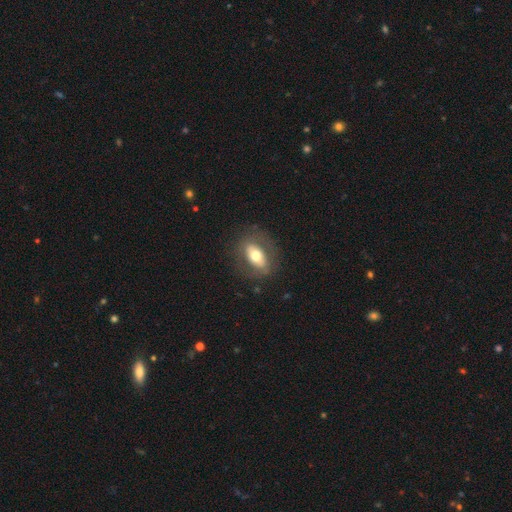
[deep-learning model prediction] Q: Smooth or featured?
A: smooth (56%); runner-up: featured or disk (37%)
Q: How rounded?
A: in between (83%); runner-up: round (12%)
Q: Merging?
A: none (79%); runner-up: minor disturbance (13%)